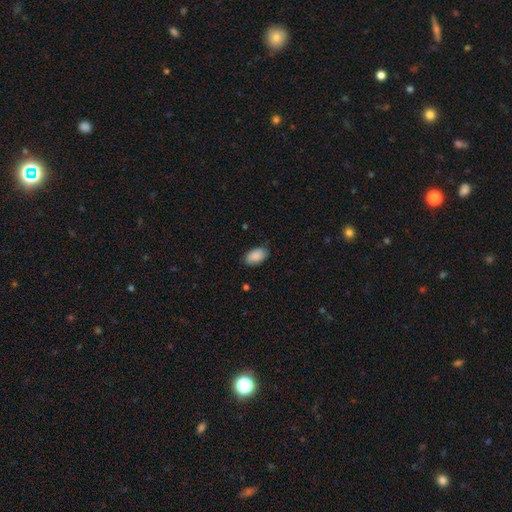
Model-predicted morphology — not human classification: Smooth or featured: smooth — 89% (star or artifact — 6%)
How rounded: in between — 93% (round — 6%)
Merging: none — 80% (minor disturbance — 16%)